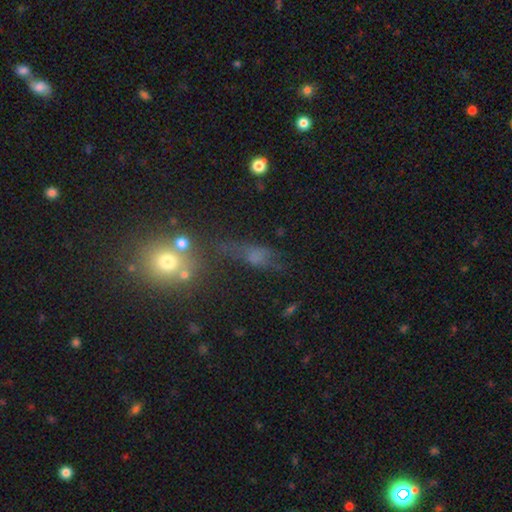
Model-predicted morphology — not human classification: Smooth or featured?
  - smooth: 51% *
  - star or artifact: 25%
  - featured or disk: 23%
How rounded?
  - in between: 51% *
  - cigar-shaped: 31%
  - round: 18%
Merging?
  - none: 43% *
  - major disturbance: 23%
  - minor disturbance: 22%
  - merger: 12%